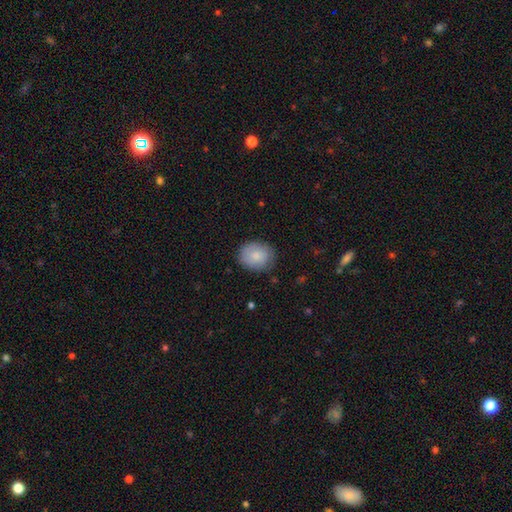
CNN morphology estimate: type=smooth (83%); roundness=round (51%); merging=none (79%).